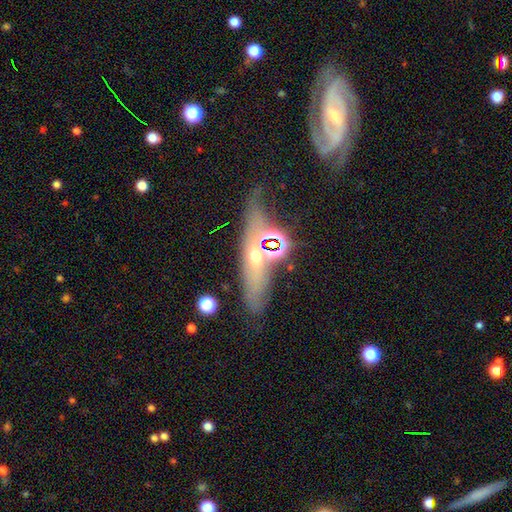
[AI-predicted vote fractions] smooth-or-featured: featured or disk: 40% | smooth: 39% | star or artifact: 21%
  merging: none: 63% | minor disturbance: 17% | merger: 10% | major disturbance: 9%